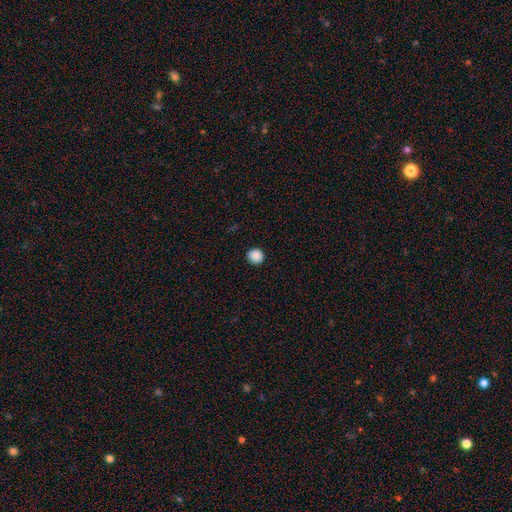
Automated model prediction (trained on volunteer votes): A smooth galaxy with no disk features (88%) that is round (93%). Merging: none (91%).